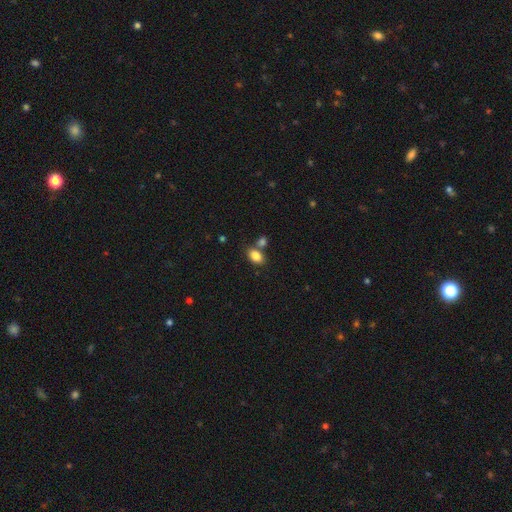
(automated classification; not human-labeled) This appears to be a smooth galaxy with no disk features (84%) that is in between round and cigar-shaped (86%). Merging: none (60%).